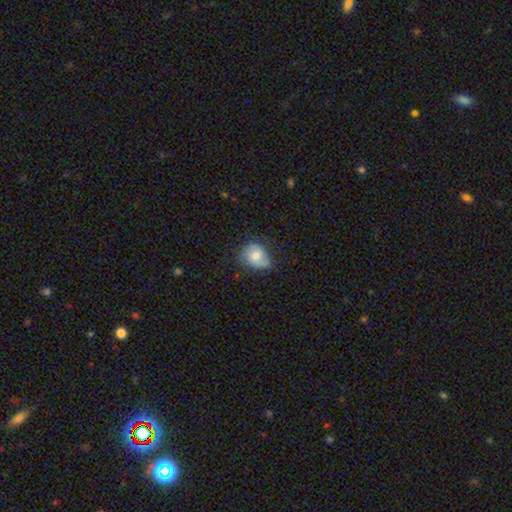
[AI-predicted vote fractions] Smooth or featured: smooth — 64% (featured or disk — 28%)
How rounded: in between — 51% (round — 48%)
Merging: none — 56% (minor disturbance — 33%)